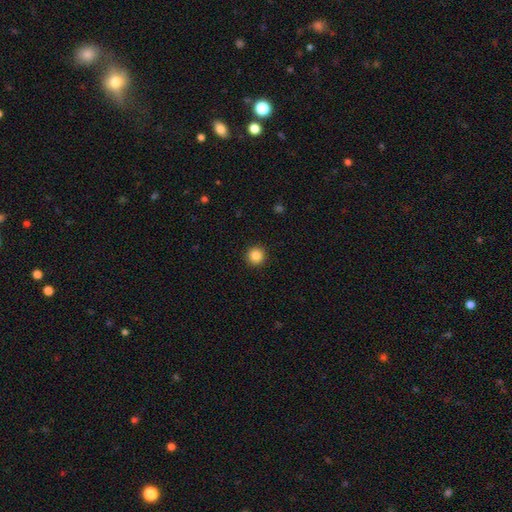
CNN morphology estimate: Q: Smooth or featured?
A: smooth (86%); runner-up: star or artifact (10%)
Q: How rounded?
A: round (95%); runner-up: in between (4%)
Q: Merging?
A: none (92%); runner-up: minor disturbance (5%)